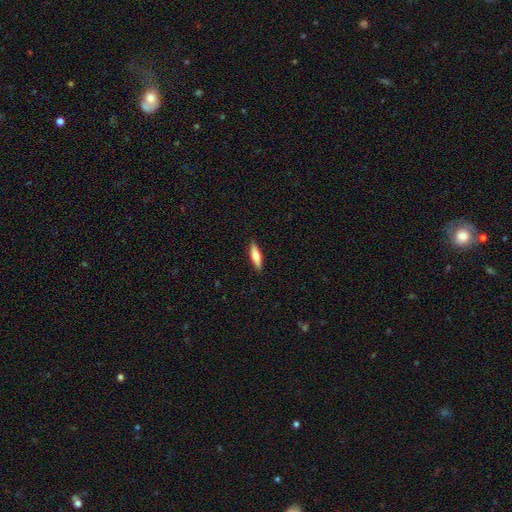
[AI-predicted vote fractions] Q: Smooth or featured?
A: smooth (67%); runner-up: featured or disk (27%)
Q: How rounded?
A: cigar-shaped (58%); runner-up: in between (40%)
Q: Merging?
A: none (89%); runner-up: minor disturbance (8%)